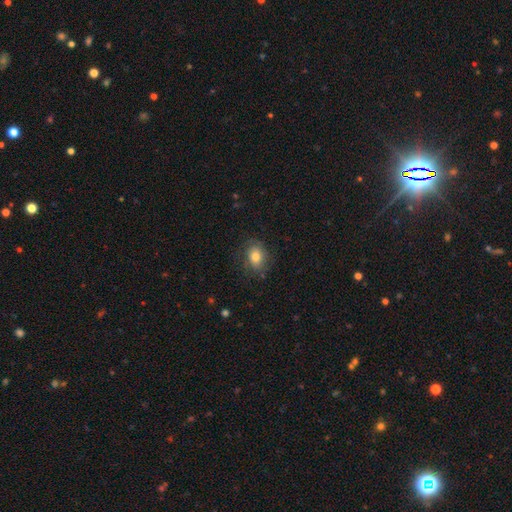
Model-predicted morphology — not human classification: This is likely a smooth galaxy (68%). How rounded: possibly in between (59%). Merging: likely none (75%).